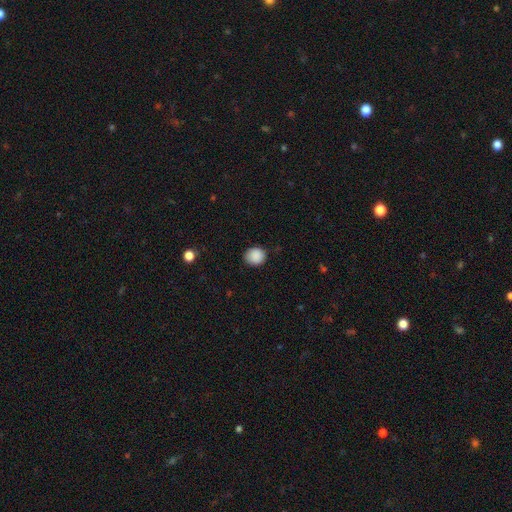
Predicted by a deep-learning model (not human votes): This appears to be a smooth galaxy with no disk features (88%) that is round (80%). Merging: none (84%).